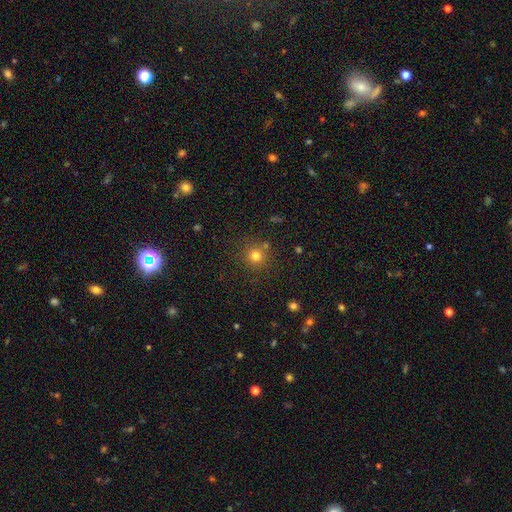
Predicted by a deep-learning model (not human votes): This is likely a smooth galaxy (77%). How rounded: clearly round (93%). Merging: likely none (79%).